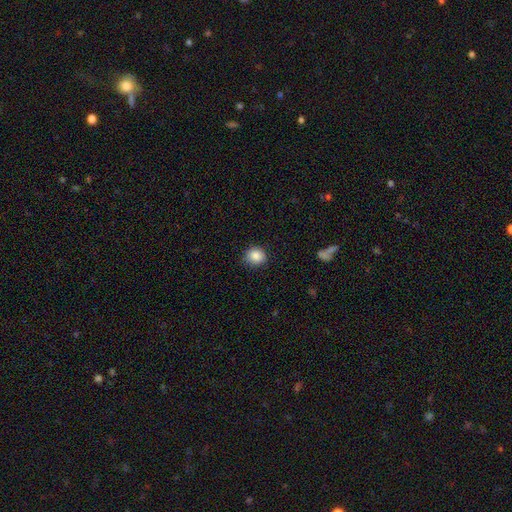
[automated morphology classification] Q: Smooth or featured?
A: smooth (87%); runner-up: star or artifact (9%)
Q: How rounded?
A: round (81%); runner-up: in between (18%)
Q: Merging?
A: none (80%); runner-up: minor disturbance (16%)